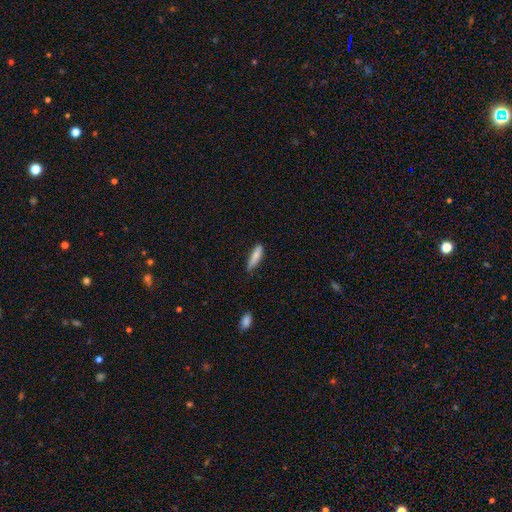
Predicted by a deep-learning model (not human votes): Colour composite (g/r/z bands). It shows a smooth galaxy with no disk features (82%) that is cigar-shaped (76%). Merging: none (67%).